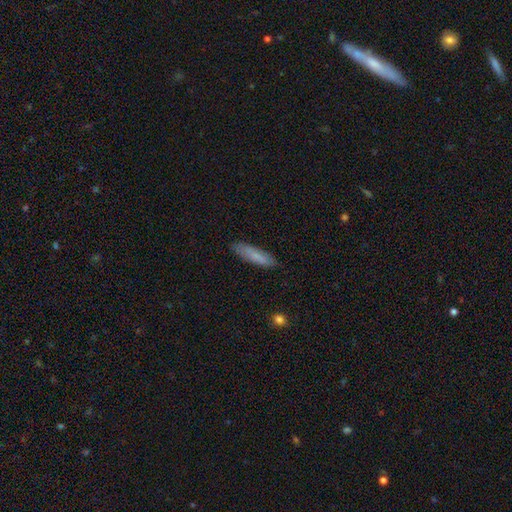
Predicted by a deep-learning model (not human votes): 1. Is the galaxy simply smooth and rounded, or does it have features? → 78% smooth, 16% featured or disk, 6% star or artifact.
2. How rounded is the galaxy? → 72% cigar-shaped, 26% in between, 1% round.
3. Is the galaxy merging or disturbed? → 84% none, 13% minor disturbance, 2% major disturbance, 1% merger.